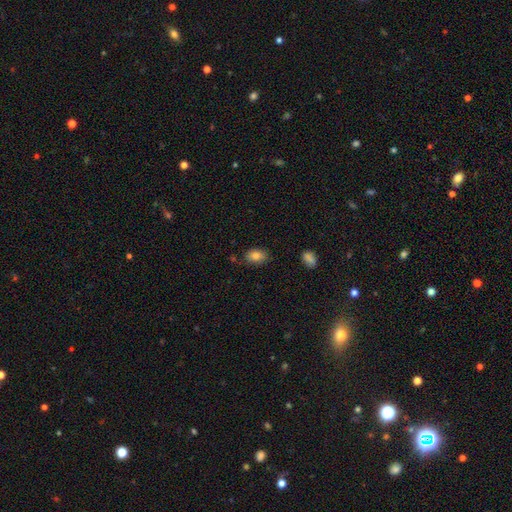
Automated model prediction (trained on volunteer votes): Smooth or featured: smooth — 84% (star or artifact — 9%)
How rounded: in between — 83% (round — 15%)
Merging: none — 80% (minor disturbance — 14%)